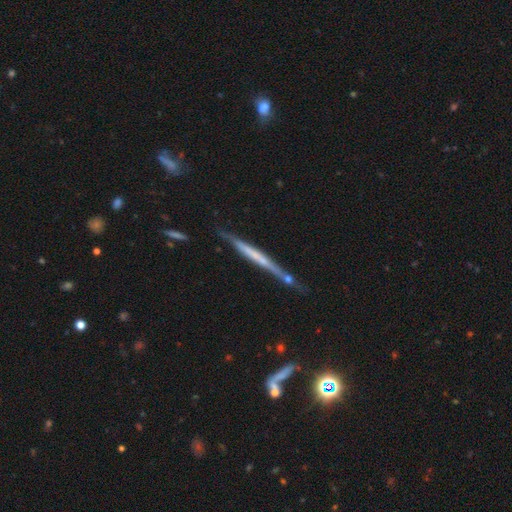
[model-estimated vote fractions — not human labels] smooth_or_featured: featured or disk (p=0.63) [alt: smooth p=0.30]
disk_edge_on: yes (p=0.95) [alt: no p=0.05]
edge_on_bulge: none (p=0.73) [alt: rounded p=0.14]
merging: none (p=0.72) [alt: minor disturbance p=0.18]